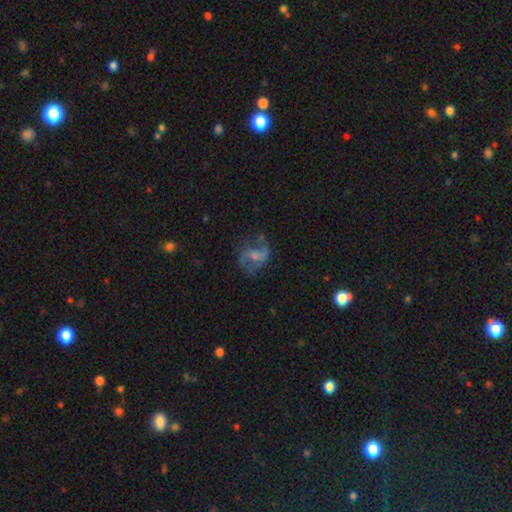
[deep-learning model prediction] Q: Smooth or featured?
A: featured or disk (75%); runner-up: smooth (16%)
Q: Edge-on disk?
A: no (98%); runner-up: yes (2%)
Q: Bar?
A: no (48%); runner-up: weak (40%)
Q: Spiral arms?
A: yes (89%); runner-up: no (11%)
Q: Spiral winding?
A: loose (58%); runner-up: medium (35%)
Q: Spiral arm count?
A: 2 (87%); runner-up: can't tell (5%)
Q: Bulge size?
A: small (51%); runner-up: moderate (27%)
Q: Merging?
A: none (59%); runner-up: minor disturbance (20%)